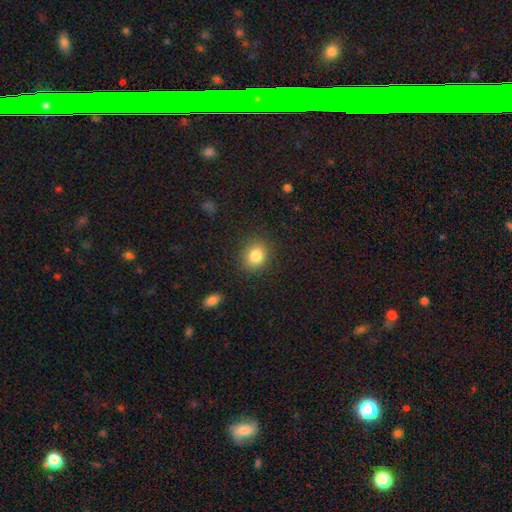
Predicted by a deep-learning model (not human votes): This appears to be a smooth galaxy with no disk features (84%) that is round (68%). Merging: none (87%).